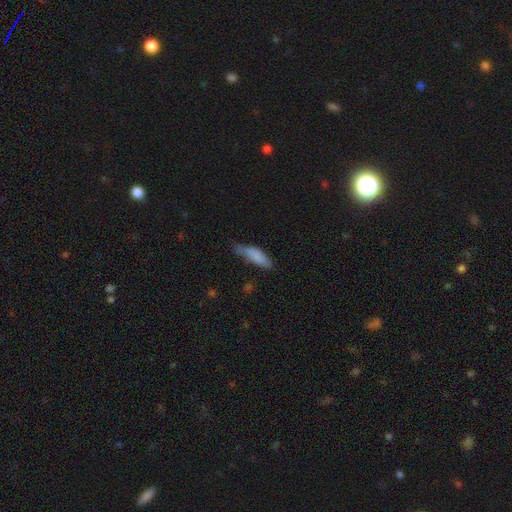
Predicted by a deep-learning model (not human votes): Smooth or featured? Predicted: smooth (p=0.81). How rounded? Predicted: cigar-shaped (p=0.50). Merging? Predicted: none (p=0.56).